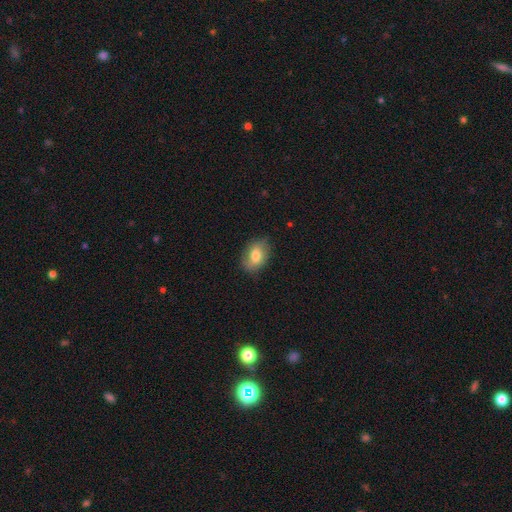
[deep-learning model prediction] A smooth galaxy with no disk features (70%) that is in between round and cigar-shaped (81%).

Vote fractions:
- Smooth or featured? smooth: 70% / featured or disk: 22% / star or artifact: 8%
- How rounded? in between: 81% / round: 17% / cigar-shaped: 2%
- Merging? none: 77% / minor disturbance: 18% / major disturbance: 4% / merger: 1%